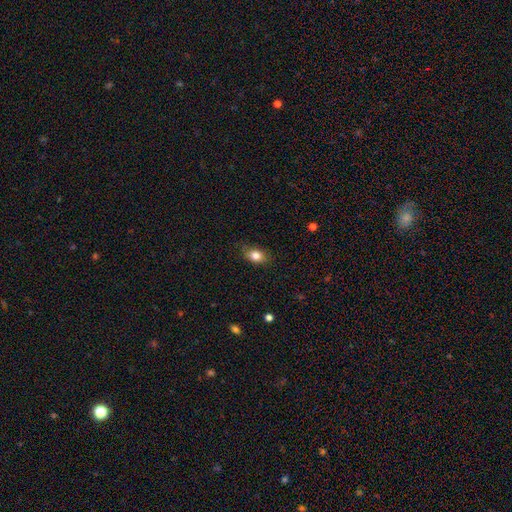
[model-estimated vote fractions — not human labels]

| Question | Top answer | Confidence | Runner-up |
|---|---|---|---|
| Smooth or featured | smooth | 82% | star or artifact (9%) |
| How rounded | in between | 77% | round (21%) |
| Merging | none | 81% | minor disturbance (15%) |